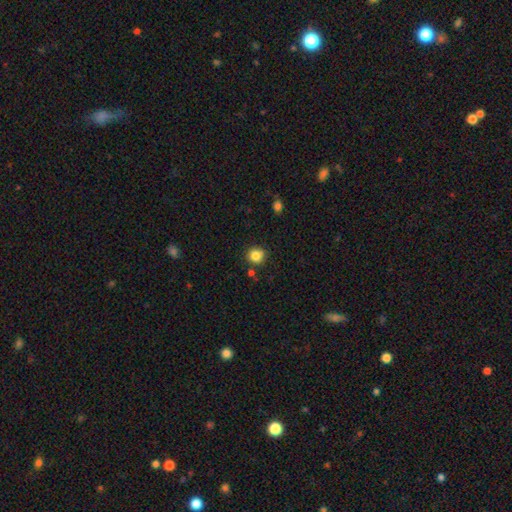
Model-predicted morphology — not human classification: Smooth or featured? Predicted: smooth (p=0.83). How rounded? Predicted: round (p=0.89). Merging? Predicted: none (p=0.82).